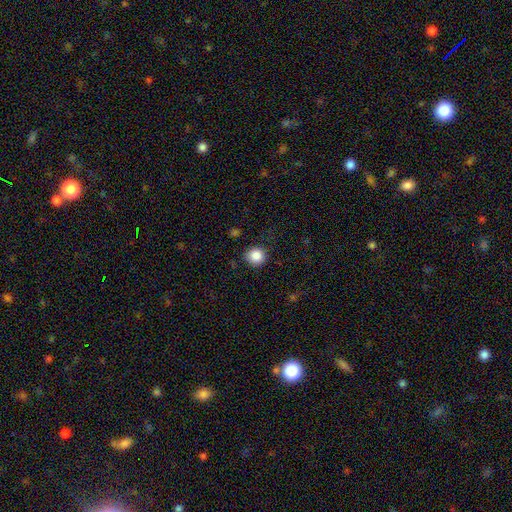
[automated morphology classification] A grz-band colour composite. It shows a smooth galaxy with no disk features (85%) that is round (89%). Merging: none (85%).